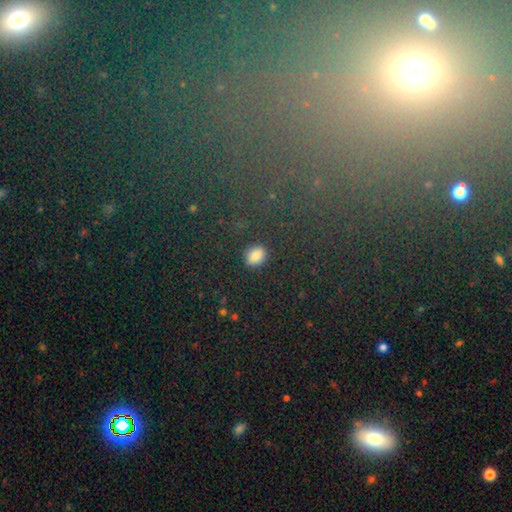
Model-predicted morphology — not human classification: Smooth or featured: smooth — 83% (star or artifact — 12%)
How rounded: in between — 61% (round — 37%)
Merging: none — 80% (minor disturbance — 13%)